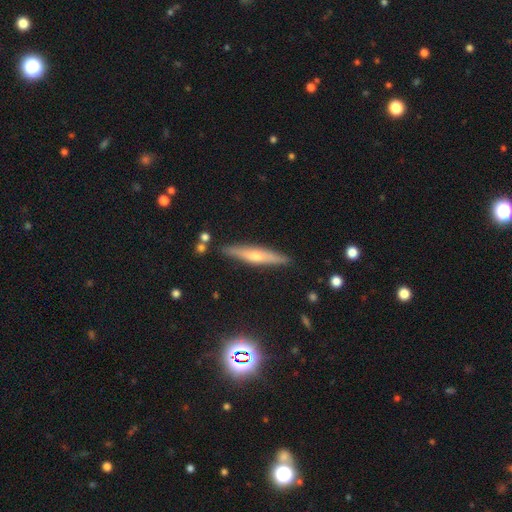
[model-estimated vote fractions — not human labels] smooth-or-featured: featured or disk: 55% | smooth: 37% | star or artifact: 8%
  disk-edge-on: yes: 93% | no: 7%
    edge-on-bulge: rounded: 81% | none: 12% | boxy: 6%
  merging: none: 88% | minor disturbance: 8% | merger: 2% | major disturbance: 2%